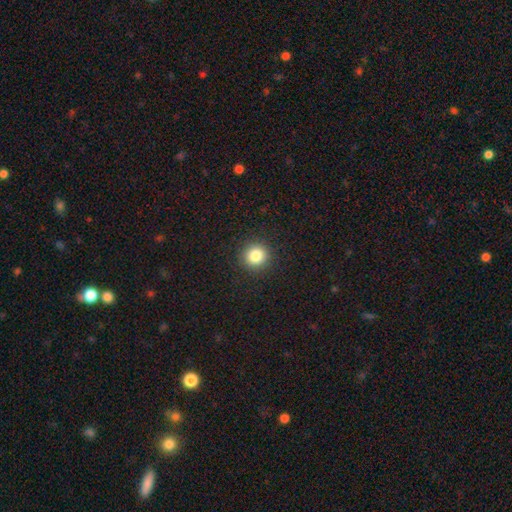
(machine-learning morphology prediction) smooth 84%, star or artifact 11%, featured or disk 5%. Down the decision tree: how rounded — round (93%); merging — none (92%).